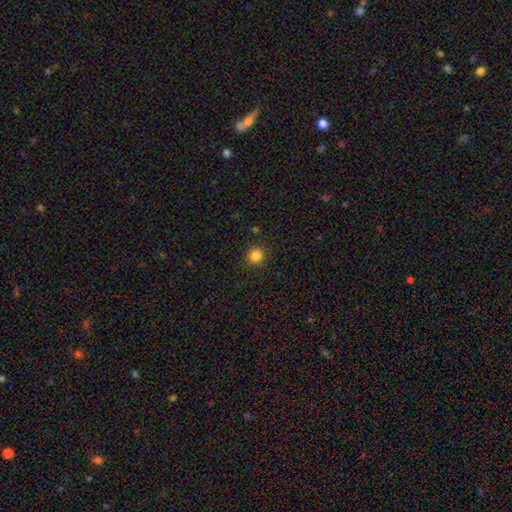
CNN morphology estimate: Smooth or featured: smooth — 84% (star or artifact — 12%)
How rounded: round — 91% (in between — 8%)
Merging: none — 90% (minor disturbance — 6%)